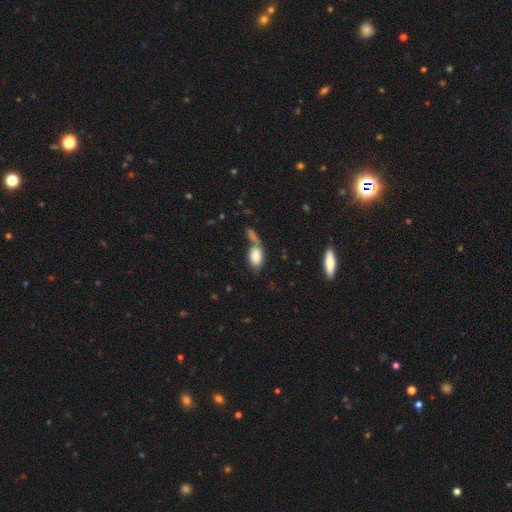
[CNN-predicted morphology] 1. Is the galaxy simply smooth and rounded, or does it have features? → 84% smooth, 9% featured or disk, 8% star or artifact.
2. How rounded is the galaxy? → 90% in between, 7% round, 3% cigar-shaped.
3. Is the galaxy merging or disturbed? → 43% merger, 35% none, 13% minor disturbance, 8% major disturbance.